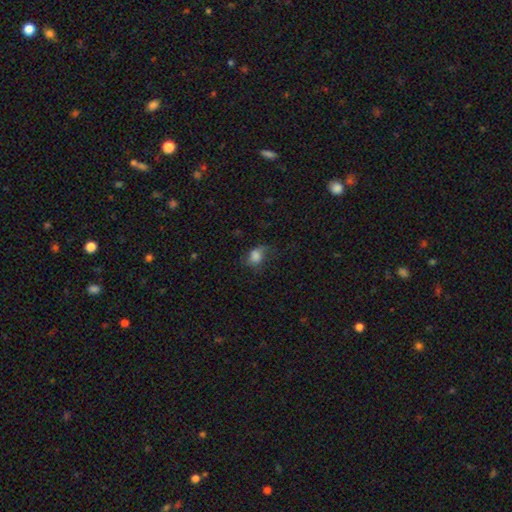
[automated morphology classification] Q: Smooth or featured?
A: smooth (78%); runner-up: star or artifact (12%)
Q: How rounded?
A: in between (59%); runner-up: round (40%)
Q: Merging?
A: none (42%); runner-up: minor disturbance (30%)